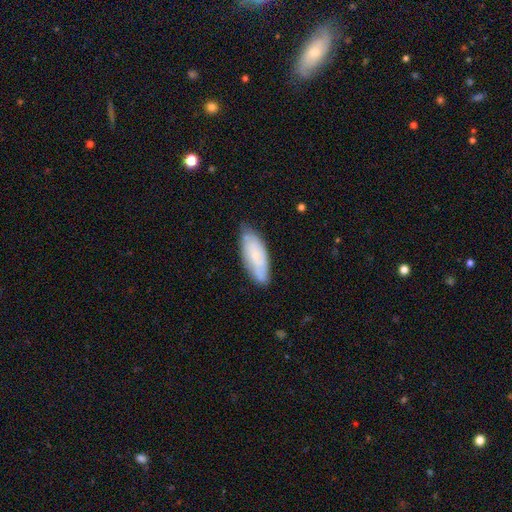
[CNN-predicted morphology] This appears to be a smooth galaxy with no disk features (48%). Merging: none (70%).